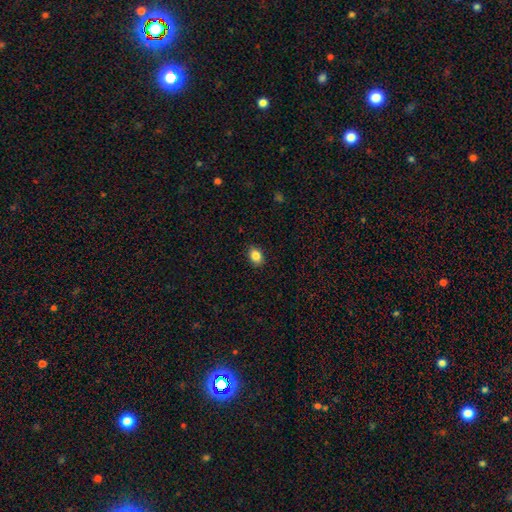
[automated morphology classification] This is clearly a smooth galaxy (86%). How rounded: likely in between (77%). Merging: clearly none (89%).